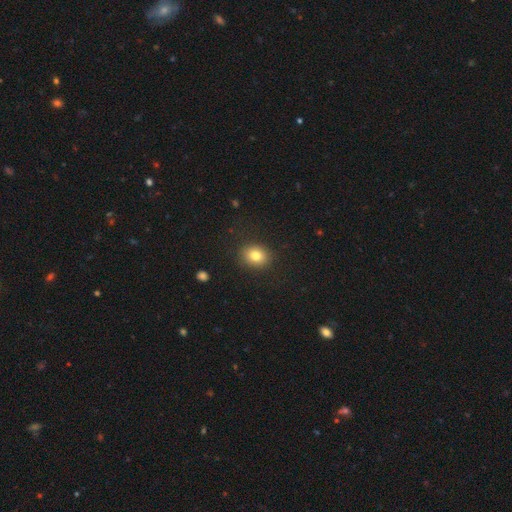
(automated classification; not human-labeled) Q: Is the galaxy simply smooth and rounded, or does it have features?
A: smooth — 81%.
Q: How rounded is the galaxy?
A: round — 57%.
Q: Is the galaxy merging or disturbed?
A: none — 88%.